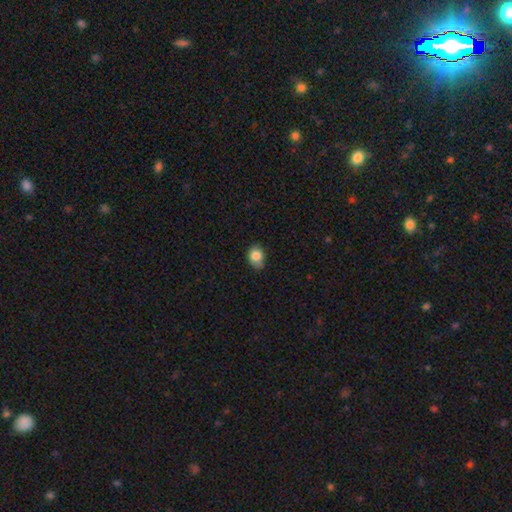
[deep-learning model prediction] Q: Smooth or featured?
A: smooth (82%); runner-up: star or artifact (10%)
Q: How rounded?
A: in between (55%); runner-up: round (44%)
Q: Merging?
A: none (61%); runner-up: minor disturbance (32%)